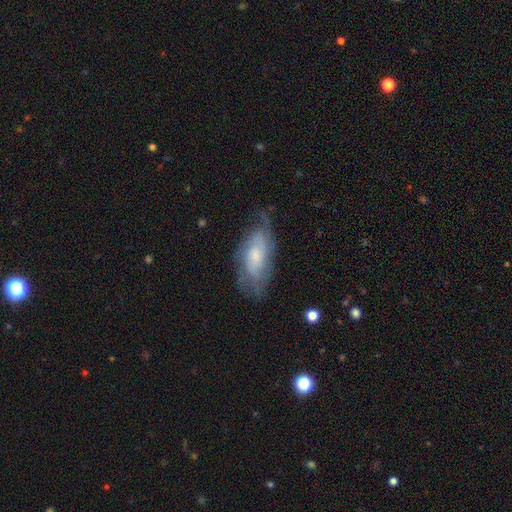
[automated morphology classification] This appears to be a featured or disk galaxy (63%) with no bar (67%), spiral arms (84%) and a small central bulge (47%). Merging: none (60%).